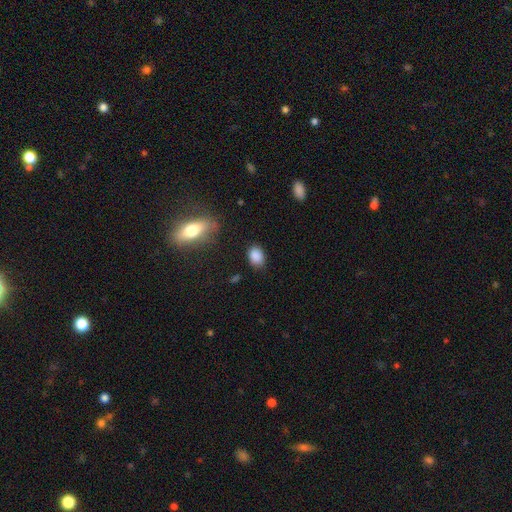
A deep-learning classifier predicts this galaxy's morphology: A smooth galaxy with no disk features (87%) that is in between round and cigar-shaped (73%).

Vote fractions:
- Smooth or featured? smooth: 87% / star or artifact: 9% / featured or disk: 4%
- How rounded? in between: 73% / round: 26% / cigar-shaped: 2%
- Merging? none: 81% / minor disturbance: 14% / major disturbance: 4% / merger: 2%